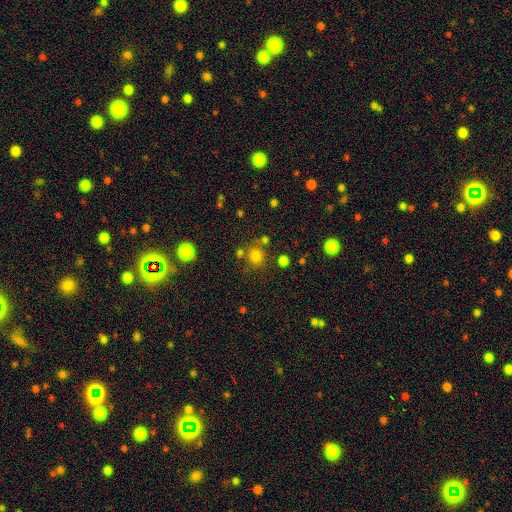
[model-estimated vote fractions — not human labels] A smooth galaxy with no disk features (77%) that is round (86%).

Vote fractions:
- Smooth or featured? smooth: 77% / star or artifact: 16% / featured or disk: 7%
- How rounded? round: 86% / in between: 13% / cigar-shaped: 1%
- Merging? none: 73% / merger: 12% / minor disturbance: 11% / major disturbance: 5%